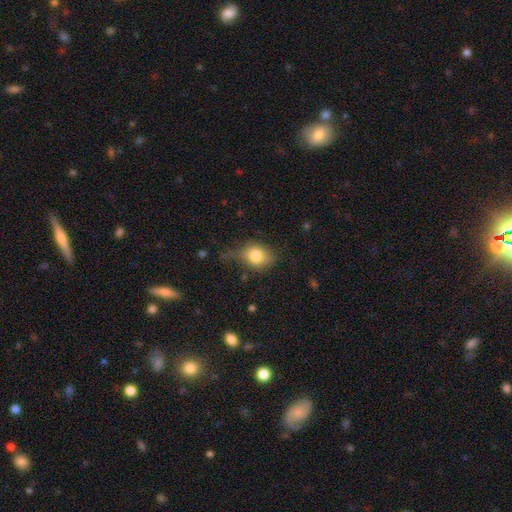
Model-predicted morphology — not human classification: Smooth or featured?
  - smooth: 79% *
  - featured or disk: 12%
  - star or artifact: 9%
How rounded?
  - in between: 52% *
  - round: 46%
  - cigar-shaped: 2%
Merging?
  - none: 51% *
  - minor disturbance: 32%
  - major disturbance: 14%
  - merger: 3%